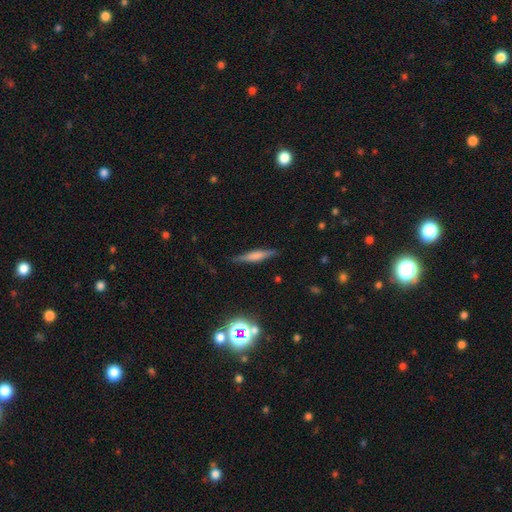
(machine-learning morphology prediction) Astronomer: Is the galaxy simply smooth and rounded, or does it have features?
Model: smooth — 49% (runner-up: featured or disk, 40%).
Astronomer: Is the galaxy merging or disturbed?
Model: none — 83%.